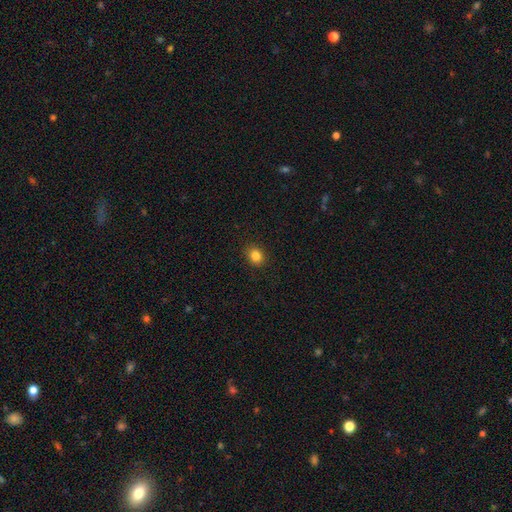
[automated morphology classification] This is clearly a smooth galaxy (84%). How rounded: likely round (64%). Merging: clearly none (90%).